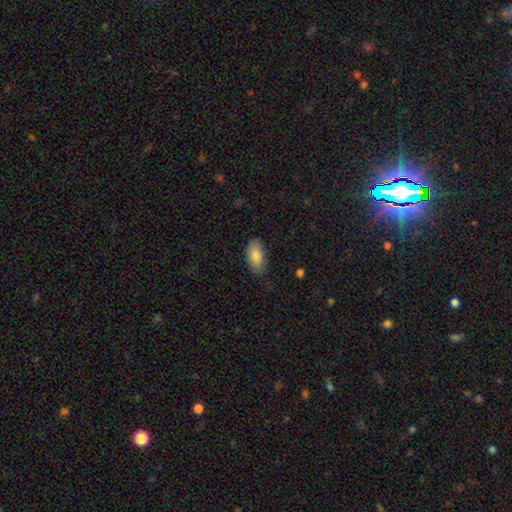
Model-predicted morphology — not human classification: This is clearly a smooth galaxy (83%). How rounded: clearly in between (93%). Merging: clearly none (80%).